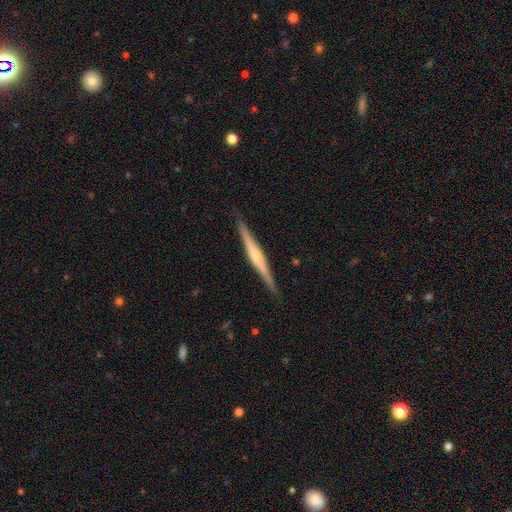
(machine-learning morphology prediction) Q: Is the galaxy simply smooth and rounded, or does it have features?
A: featured or disk — 73%.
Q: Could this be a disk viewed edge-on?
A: yes — 98%.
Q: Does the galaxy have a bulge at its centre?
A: rounded — 70%.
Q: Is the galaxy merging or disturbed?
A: none — 90%.